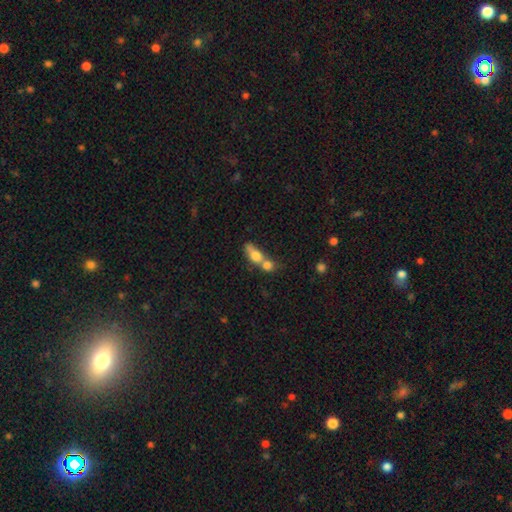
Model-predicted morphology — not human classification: Q: Smooth or featured?
A: smooth (69%); runner-up: featured or disk (22%)
Q: How rounded?
A: in between (60%); runner-up: round (24%)
Q: Merging?
A: merger (70%); runner-up: none (17%)